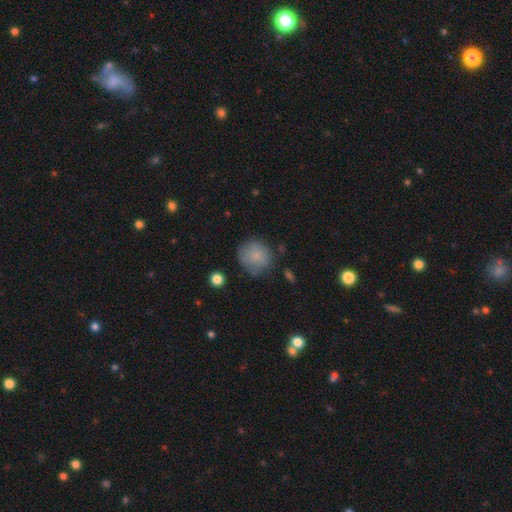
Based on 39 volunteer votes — Morphology: type=smooth (82%); roundness=round (91%); merging=none (71%).